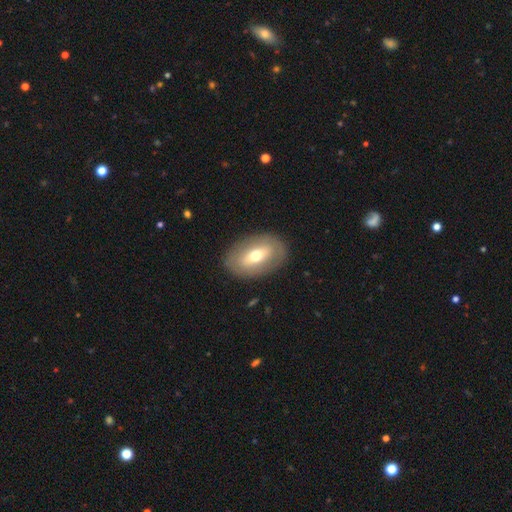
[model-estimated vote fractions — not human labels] Smooth or featured? Predicted: smooth (p=0.50). How rounded? Predicted: in between (p=0.86). Merging? Predicted: none (p=0.85).